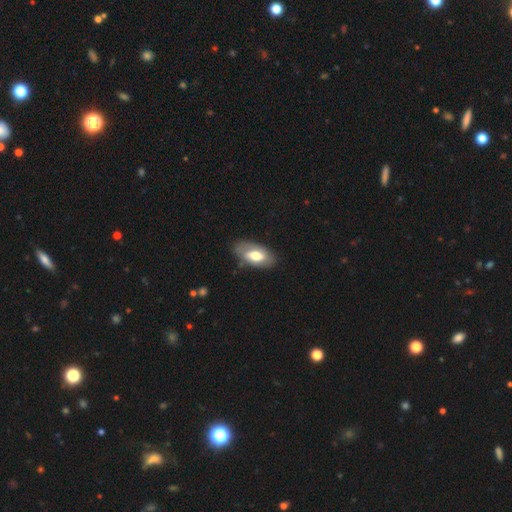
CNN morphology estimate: Smooth or featured: smooth — 57% (featured or disk — 38%)
How rounded: in between — 93% (cigar-shaped — 4%)
Merging: none — 73% (minor disturbance — 20%)